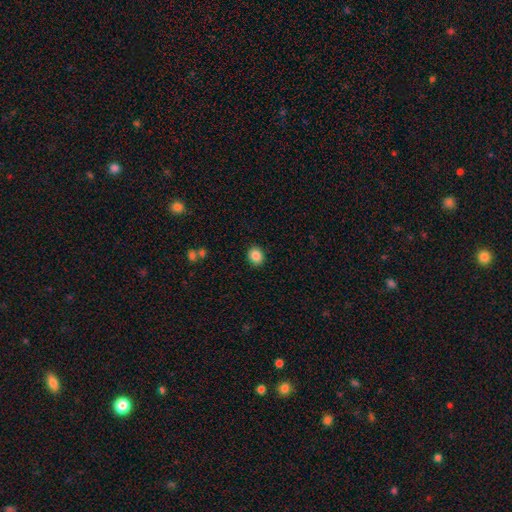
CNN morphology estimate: Smooth or featured? Predicted: smooth (p=0.86). How rounded? Predicted: round (p=0.69). Merging? Predicted: none (p=0.90).